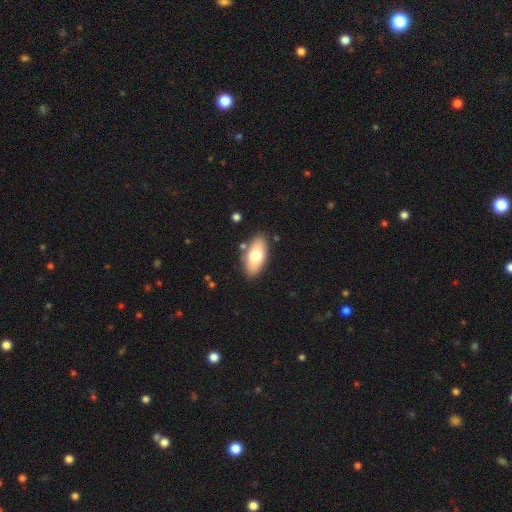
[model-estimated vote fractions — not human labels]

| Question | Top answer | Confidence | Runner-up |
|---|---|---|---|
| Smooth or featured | smooth | 72% | featured or disk (22%) |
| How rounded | in between | 90% | cigar-shaped (7%) |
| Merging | none | 83% | minor disturbance (11%) |